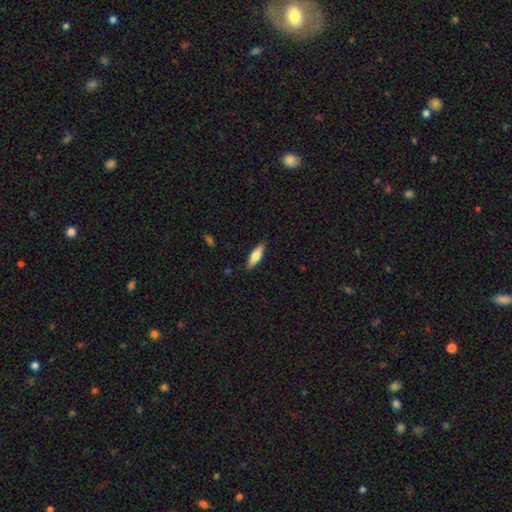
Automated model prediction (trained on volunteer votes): smooth_or_featured: smooth (p=0.67) [alt: featured or disk p=0.27]
how_rounded: in between (p=0.50) [alt: cigar-shaped p=0.48]
merging: none (p=0.88) [alt: minor disturbance p=0.09]